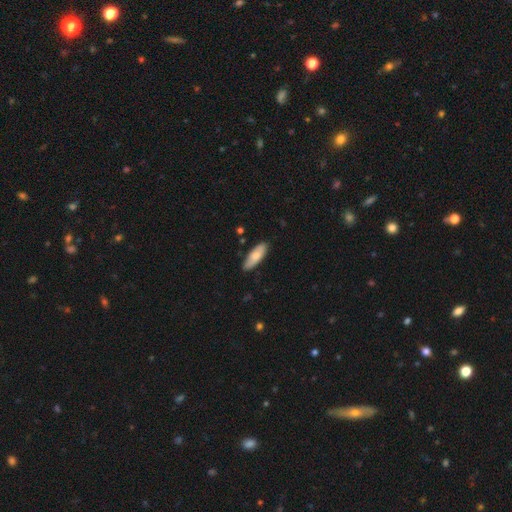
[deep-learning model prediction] A smooth galaxy with no disk features (78%) that is in between round and cigar-shaped (60%).

Vote fractions:
- Smooth or featured? smooth: 78% / featured or disk: 16% / star or artifact: 6%
- How rounded? in between: 60% / cigar-shaped: 38% / round: 2%
- Merging? none: 86% / minor disturbance: 11% / major disturbance: 2% / merger: 1%